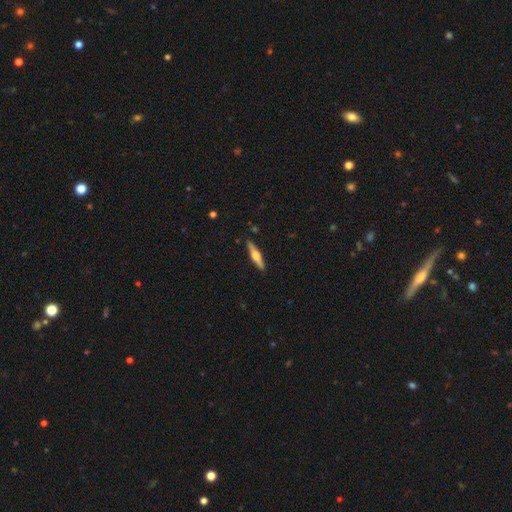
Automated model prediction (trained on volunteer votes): Q: Smooth or featured?
A: featured or disk (63%); runner-up: smooth (32%)
Q: Edge-on disk?
A: yes (97%); runner-up: no (3%)
Q: Edge-on bulge?
A: rounded (94%); runner-up: boxy (4%)
Q: Merging?
A: none (90%); runner-up: minor disturbance (7%)